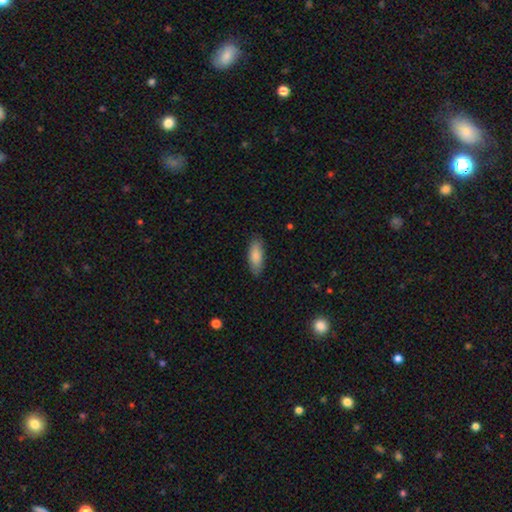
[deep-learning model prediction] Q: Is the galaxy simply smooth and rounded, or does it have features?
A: smooth — 85%.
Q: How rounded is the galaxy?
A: in between — 78%.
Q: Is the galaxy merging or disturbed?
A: none — 85%.